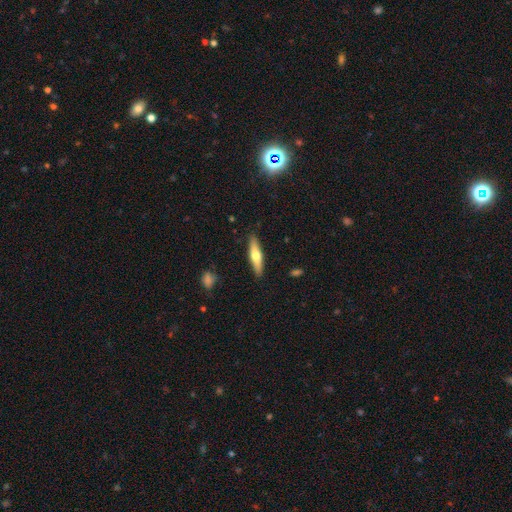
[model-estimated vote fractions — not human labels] Smooth or featured? smooth (53%)
How rounded? cigar-shaped (78%)
Merging? none (89%)